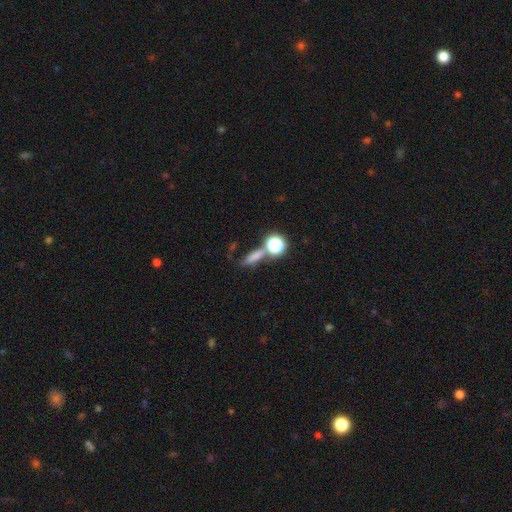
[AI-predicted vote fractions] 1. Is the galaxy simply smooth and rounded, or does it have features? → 66% smooth, 21% star or artifact, 13% featured or disk.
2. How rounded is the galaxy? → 39% cigar-shaped, 37% in between, 24% round.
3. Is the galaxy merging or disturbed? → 55% none, 23% merger, 13% minor disturbance, 9% major disturbance.